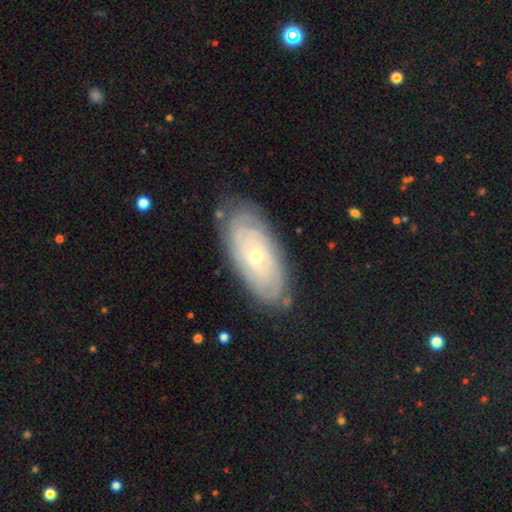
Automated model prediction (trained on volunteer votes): smooth-or-featured: featured or disk: 79% | smooth: 15% | star or artifact: 6%
  disk-edge-on: no: 91% | yes: 9%
    bar: no: 75% | weak: 20% | strong: 5%
    has-spiral-arms: yes: 89% | no: 11%
      spiral-winding: tight: 83% | medium: 13% | loose: 4%
      spiral-arm-count: can't tell: 57% | 2: 13% | 4: 10% | 3: 9% | more than 4: 7% | 1: 4%
    bulge-size: small: 60% | moderate: 37% | large: 1% | none: 1% | dominant: 1%
  merging: none: 80% | minor disturbance: 15% | major disturbance: 4% | merger: 1%